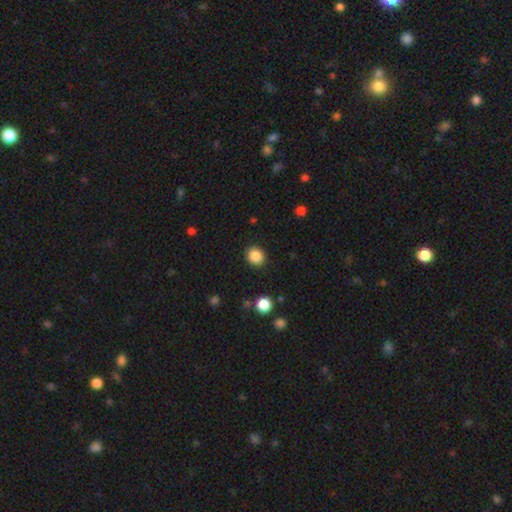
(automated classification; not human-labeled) Smooth or featured: smooth — 87% (star or artifact — 10%)
How rounded: round — 77% (in between — 22%)
Merging: none — 89% (minor disturbance — 7%)